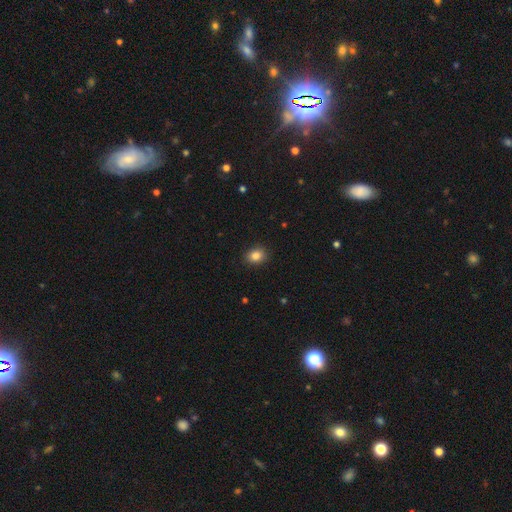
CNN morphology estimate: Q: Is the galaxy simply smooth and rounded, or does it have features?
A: smooth — 85%.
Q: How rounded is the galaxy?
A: in between — 52%.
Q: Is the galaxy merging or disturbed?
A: none — 90%.